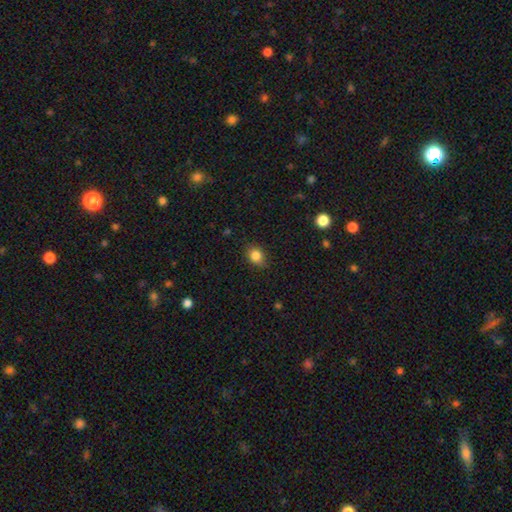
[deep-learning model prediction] This is clearly a smooth galaxy (84%). How rounded: possibly round (55%). Merging: clearly none (82%).